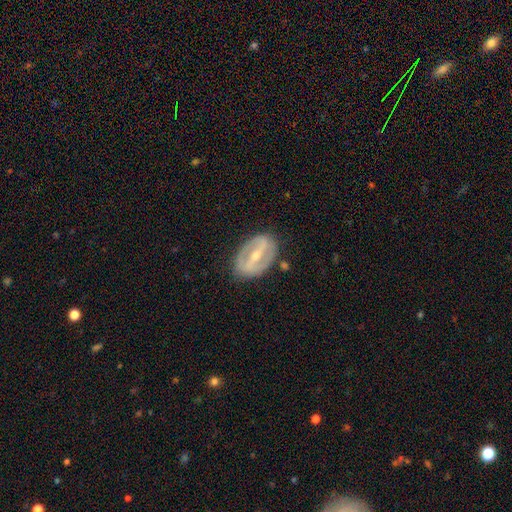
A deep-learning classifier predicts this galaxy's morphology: Smooth or featured?
  - featured or disk: 81% *
  - smooth: 14%
  - star or artifact: 5%
Edge-on disk?
  - no: 93% *
  - yes: 7%
Bar?
  - strong: 73% *
  - weak: 19%
  - no: 8%
Spiral arms?
  - yes: 59% *
  - no: 41%
Bulge size?
  - small: 54% *
  - moderate: 42%
  - large: 1%
  - none: 1%
  - dominant: 1%
Merging?
  - none: 82% *
  - minor disturbance: 12%
  - major disturbance: 4%
  - merger: 2%